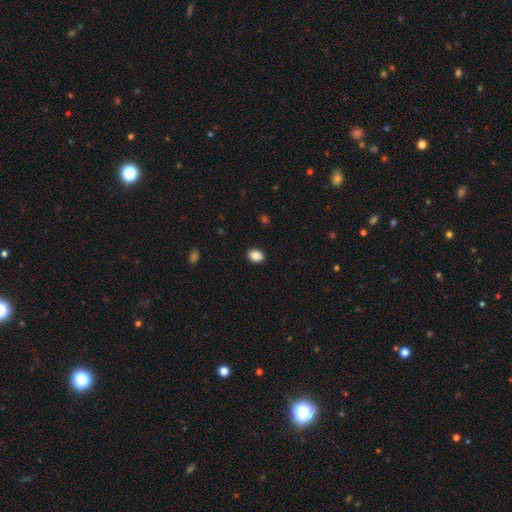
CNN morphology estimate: type=smooth (87%); roundness=in between (64%); merging=none (90%).